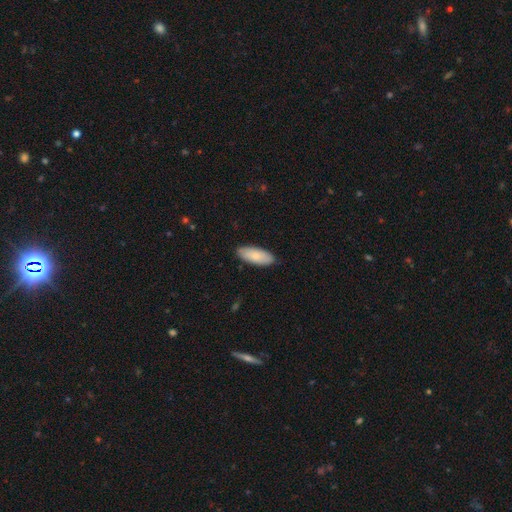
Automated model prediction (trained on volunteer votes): A smooth galaxy with no disk features (80%) that is in between round and cigar-shaped (84%). Merging: none (86%).